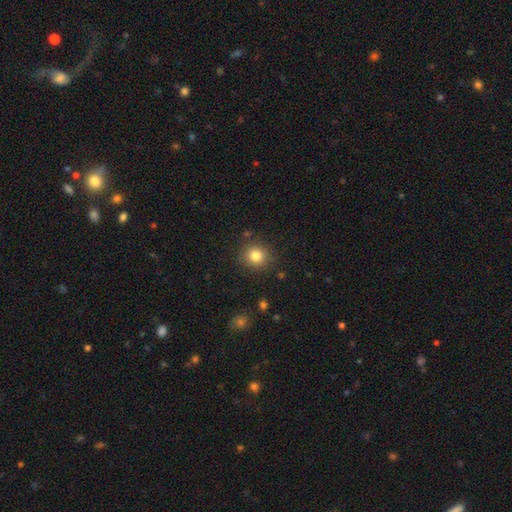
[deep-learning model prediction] A smooth galaxy with no disk features (82%) that is round (89%).

Vote fractions:
- Smooth or featured? smooth: 82% / star or artifact: 12% / featured or disk: 6%
- How rounded? round: 89% / in between: 10% / cigar-shaped: 1%
- Merging? none: 87% / minor disturbance: 8% / major disturbance: 3% / merger: 2%